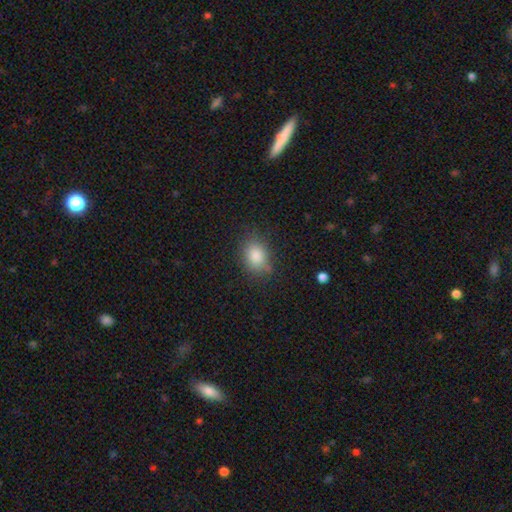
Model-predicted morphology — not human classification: This is clearly a smooth galaxy (84%). How rounded: likely in between (67%). Merging: likely none (72%).